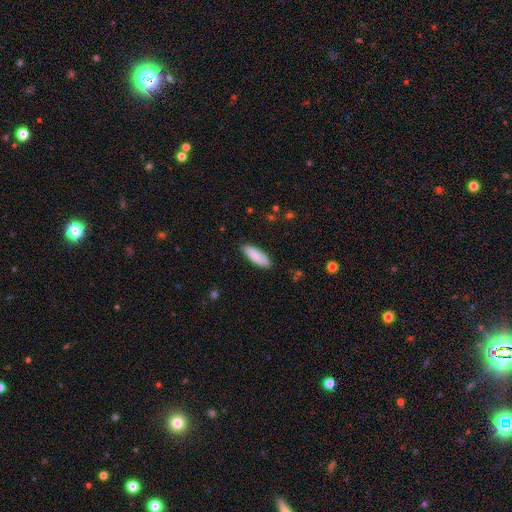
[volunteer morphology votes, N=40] Smooth or featured? 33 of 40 (82%) said smooth. How rounded? 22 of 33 (67%) said in between. Merging? 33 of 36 (92%) said none.